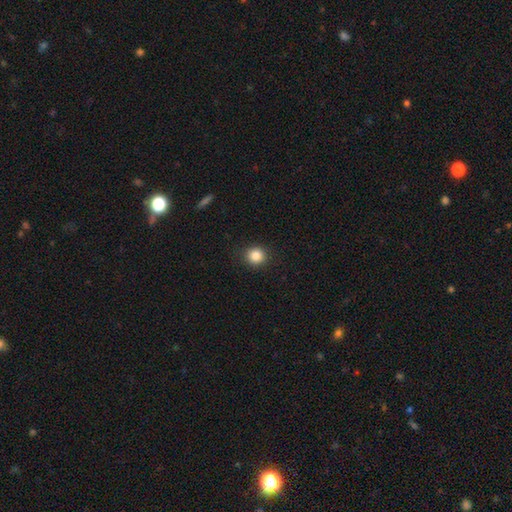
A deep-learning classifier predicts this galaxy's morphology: Smooth or featured?
  - smooth: 85% *
  - star or artifact: 10%
  - featured or disk: 4%
How rounded?
  - round: 88% *
  - in between: 11%
  - cigar-shaped: 1%
Merging?
  - none: 90% *
  - minor disturbance: 7%
  - major disturbance: 2%
  - merger: 1%